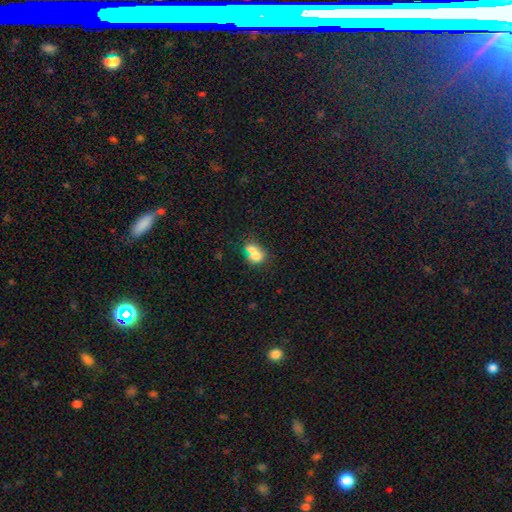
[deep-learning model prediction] A smooth galaxy with no disk features (68%) that is round (55%).

Vote fractions:
- Smooth or featured? smooth: 68% / featured or disk: 20% / star or artifact: 12%
- How rounded? round: 55% / in between: 43% / cigar-shaped: 1%
- Merging? merger: 59% / none: 27% / minor disturbance: 9% / major disturbance: 5%